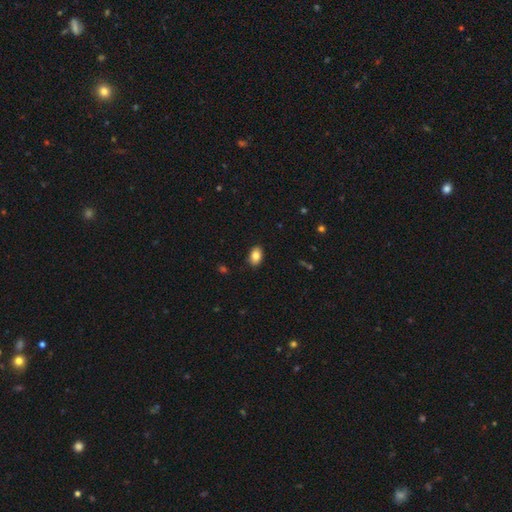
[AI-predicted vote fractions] smooth 85%, star or artifact 8%, featured or disk 7%. Down the decision tree: how rounded — in between (87%); merging — none (89%).